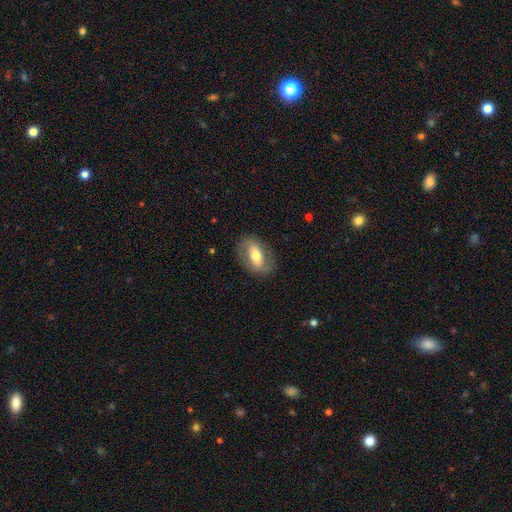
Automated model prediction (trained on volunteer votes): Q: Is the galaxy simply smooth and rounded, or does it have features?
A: featured or disk — 50%.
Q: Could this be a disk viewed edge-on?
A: no — 88%.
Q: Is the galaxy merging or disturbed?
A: none — 81%.